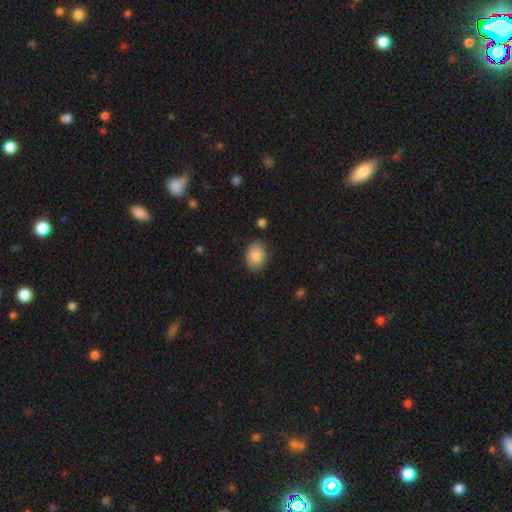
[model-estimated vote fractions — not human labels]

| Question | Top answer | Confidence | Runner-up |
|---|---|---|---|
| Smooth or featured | smooth | 84% | featured or disk (8%) |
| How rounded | in between | 71% | round (28%) |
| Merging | none | 84% | minor disturbance (12%) |